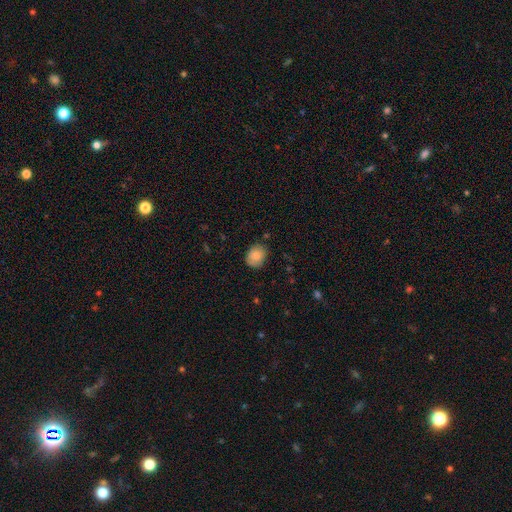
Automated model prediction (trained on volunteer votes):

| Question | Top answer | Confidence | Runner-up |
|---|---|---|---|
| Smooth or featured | smooth | 83% | featured or disk (9%) |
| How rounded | in between | 52% | round (47%) |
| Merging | none | 76% | minor disturbance (19%) |